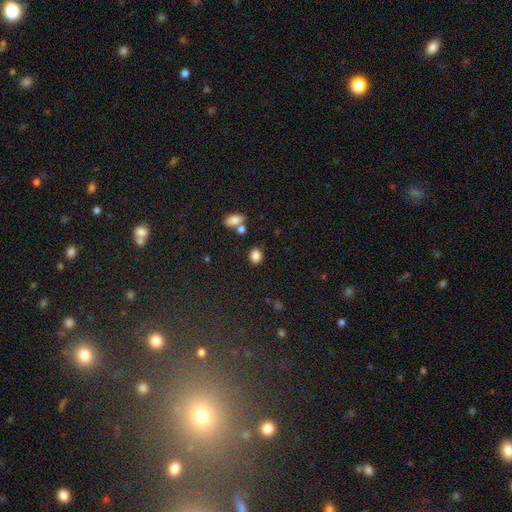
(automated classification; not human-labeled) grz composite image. It shows a smooth galaxy with no disk features (85%) that is in between round and cigar-shaped (57%). Merging: none (76%).